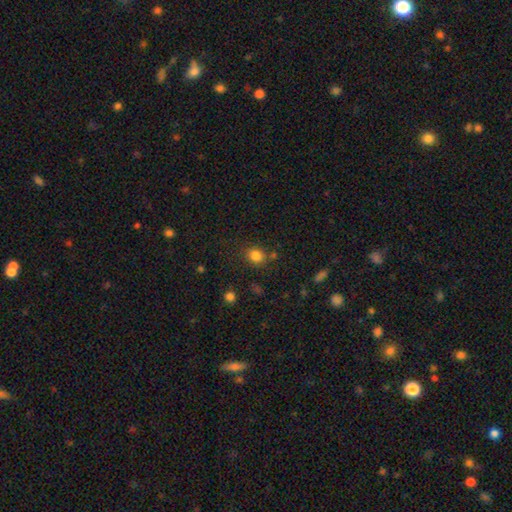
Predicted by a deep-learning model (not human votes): Morphology: type=smooth (82%); roundness=round (65%); merging=none (75%).